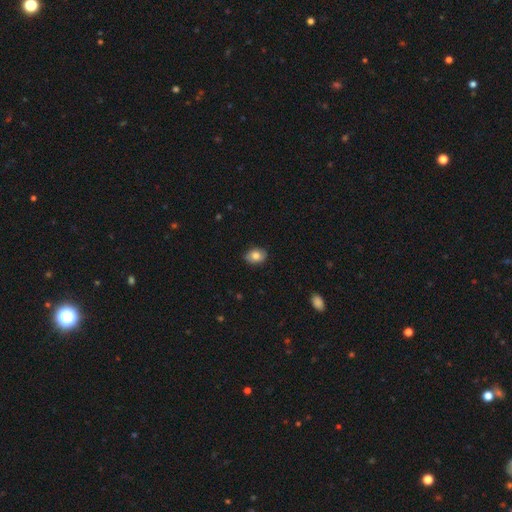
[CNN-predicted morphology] Smooth or featured: smooth — 81% (featured or disk — 12%)
How rounded: in between — 74% (round — 25%)
Merging: none — 85% (minor disturbance — 12%)